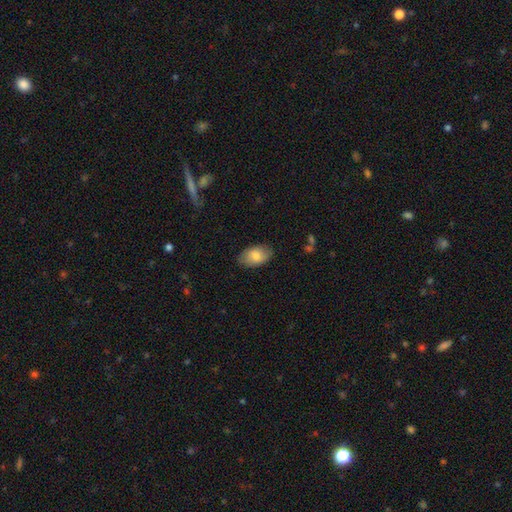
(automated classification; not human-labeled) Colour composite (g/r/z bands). It shows a smooth galaxy with no disk features (79%) that is in between round and cigar-shaped (92%). Merging: none (81%).